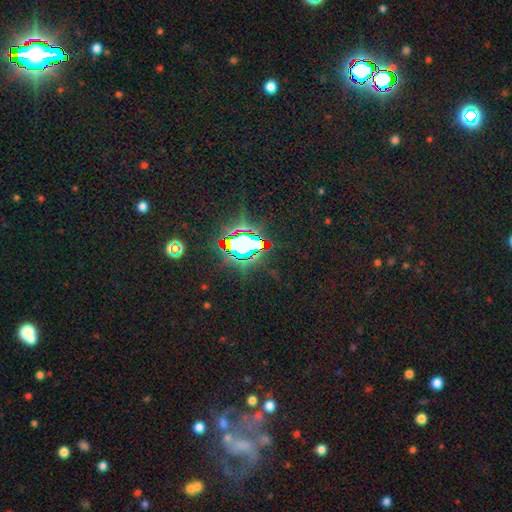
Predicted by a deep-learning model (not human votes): A star or artifact, not a galaxy (80%).

Vote fractions:
- Smooth or featured? star or artifact: 80% / smooth: 12% / featured or disk: 8%